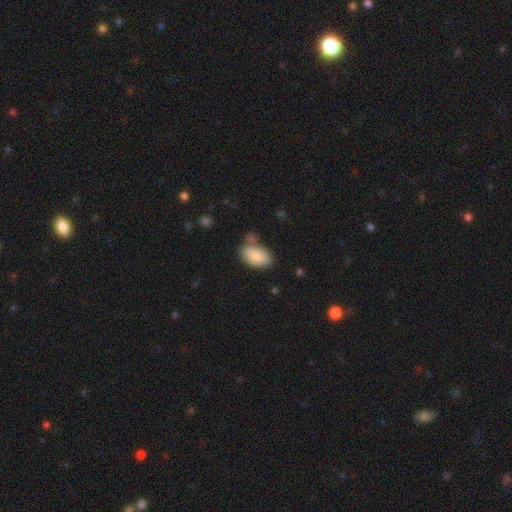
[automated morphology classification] A smooth galaxy with no disk features (86%) that is in between round and cigar-shaped (94%). Merging: none (55%).